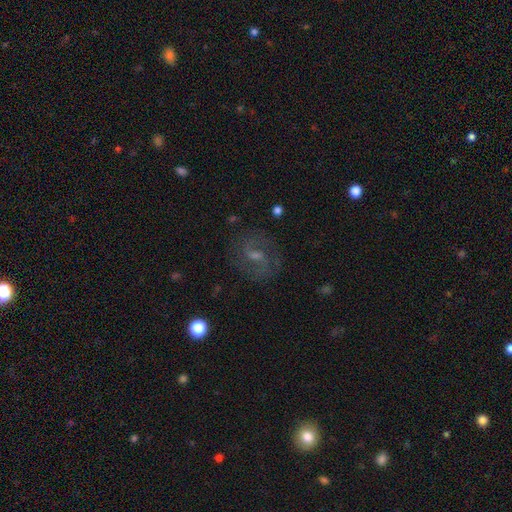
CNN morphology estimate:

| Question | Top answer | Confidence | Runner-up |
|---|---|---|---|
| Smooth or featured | featured or disk | 68% | smooth (18%) |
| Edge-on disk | no | 96% | yes (4%) |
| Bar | weak | 57% | no (23%) |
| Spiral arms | yes | 89% | no (11%) |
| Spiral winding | medium | 54% | loose (25%) |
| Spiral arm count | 2 | 81% | can't tell (11%) |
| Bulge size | small | 40% | moderate (37%) |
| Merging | none | 77% | minor disturbance (13%) |